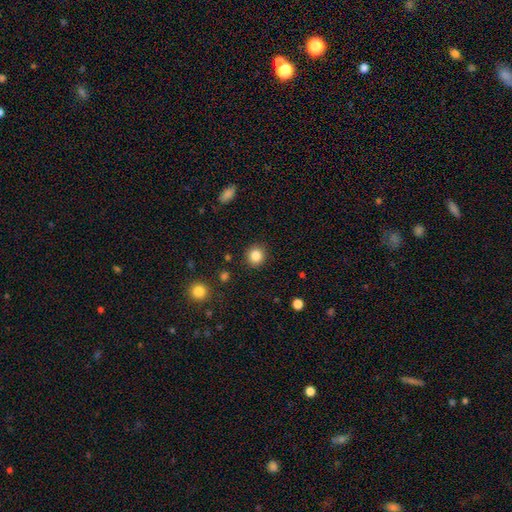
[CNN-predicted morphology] This appears to be a smooth galaxy with no disk features (84%) that is round (88%). Merging: none (90%).